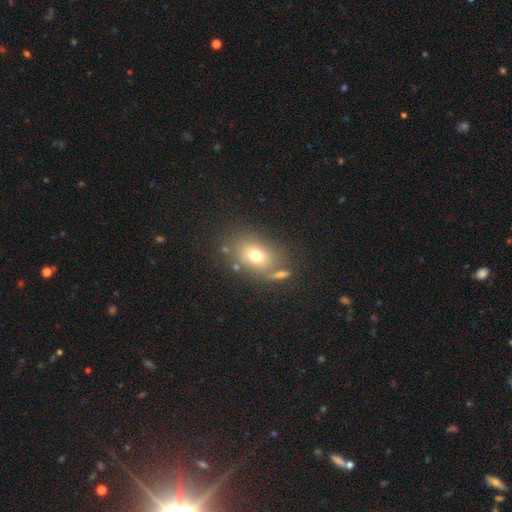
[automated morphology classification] This appears to be a smooth galaxy with no disk features (70%) that is in between round and cigar-shaped (71%). Merging: none (67%).